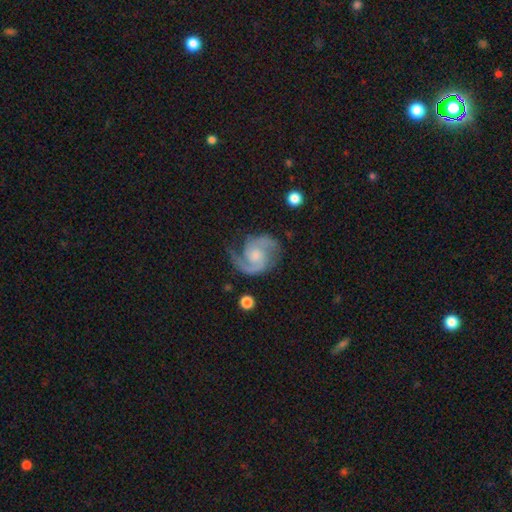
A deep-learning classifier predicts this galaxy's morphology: Overall: featured or disk (90%). Edge-on disk: no (98%). Bar: no (62%; weak 33%). Spiral arms: yes (98%). Spiral arm count: 2 (88%). Spiral winding: medium (54%; tight 32%). Bulge size: moderate (39%; small 35%). Merging: none (72%).